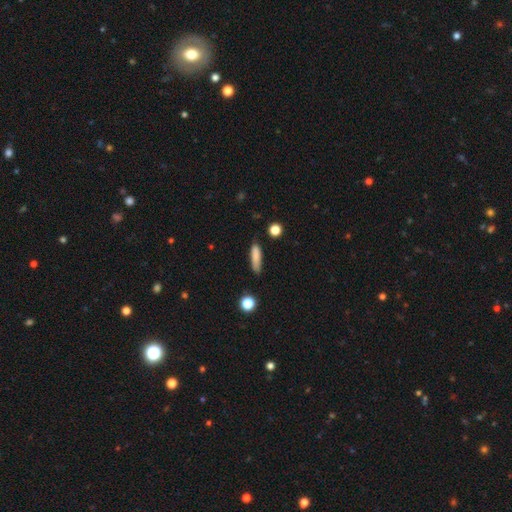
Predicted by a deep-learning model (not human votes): Morphology: type=smooth (83%); roundness=cigar-shaped (74%); merging=none (76%).